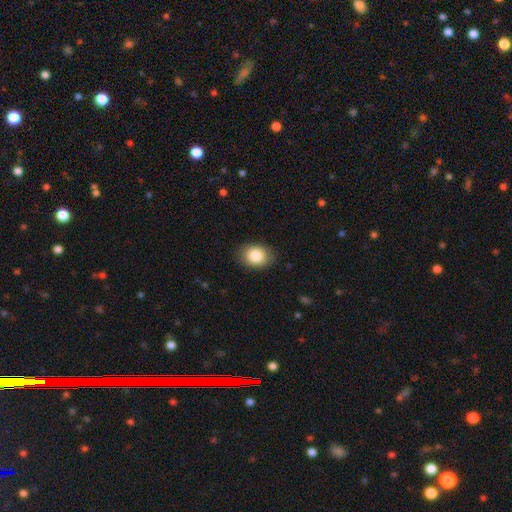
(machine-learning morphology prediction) Smooth or featured: smooth — 86% (star or artifact — 8%)
How rounded: in between — 68% (round — 31%)
Merging: none — 84% (minor disturbance — 12%)